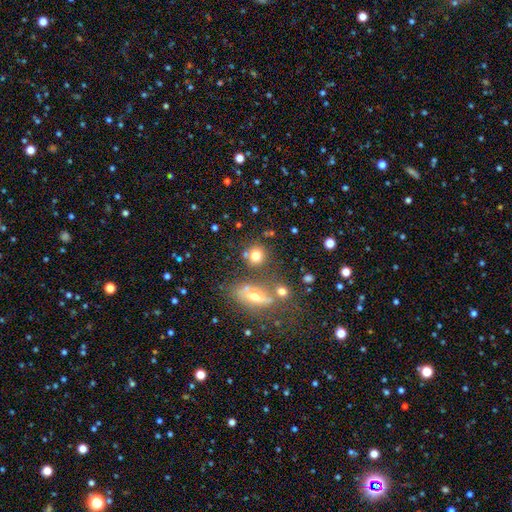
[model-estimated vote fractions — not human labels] This appears to be a smooth galaxy with no disk features (73%) that is round (80%). Merging: none (66%).